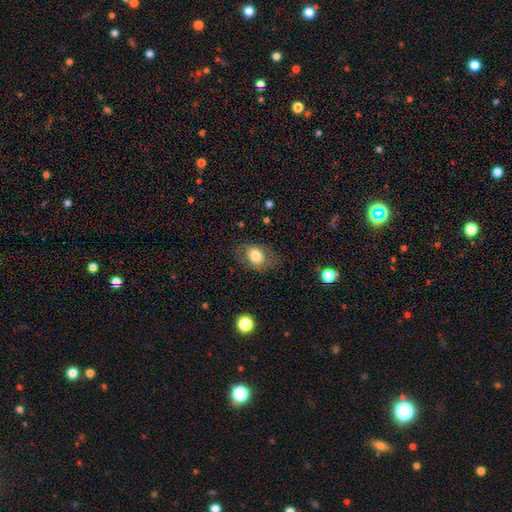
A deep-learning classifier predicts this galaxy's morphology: The model was most divided on "smooth or featured": smooth: 71%, featured or disk: 21%, star or artifact: 8%. More confident: how rounded — in between (75%); merging — none (72%).